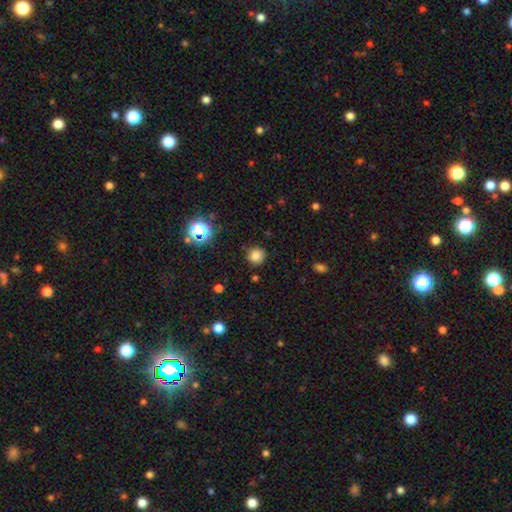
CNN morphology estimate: smooth 81%, star or artifact 14%, featured or disk 5%. Down the decision tree: how rounded — round (92%); merging — none (87%).